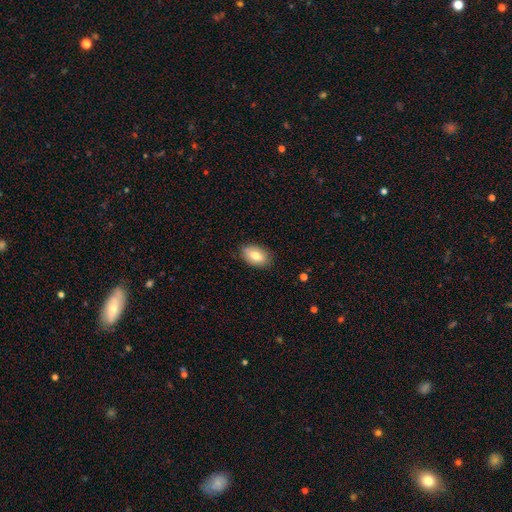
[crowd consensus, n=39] Volunteers were most divided on "smooth or featured": smooth: 72%, featured or disk: 21%, star or artifact: 8%. More confident: how rounded — in between (100%); merging — none (81%).